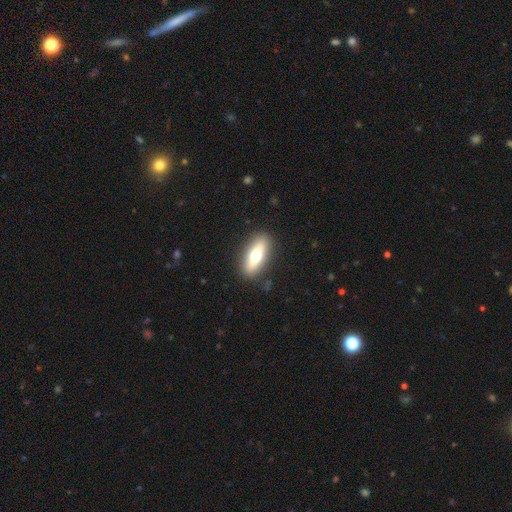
Volunteers were most divided on "how rounded": in between: 67%, cigar-shaped: 30%, round: 4%. More confident: merging — none (86%); smooth or featured — smooth (69%).